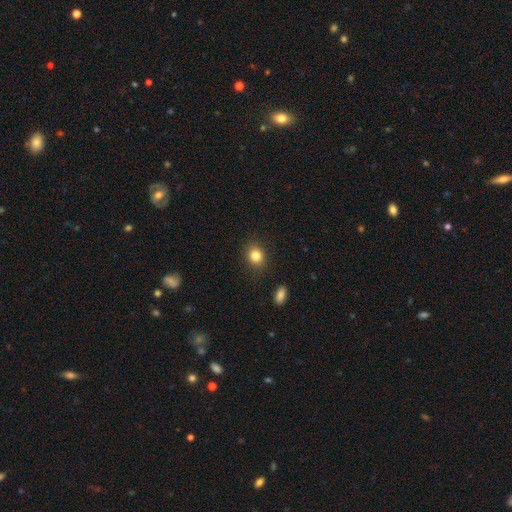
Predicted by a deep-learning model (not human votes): Overall: smooth (84%). How rounded: round (64%; in between 35%). Merging: none (86%).